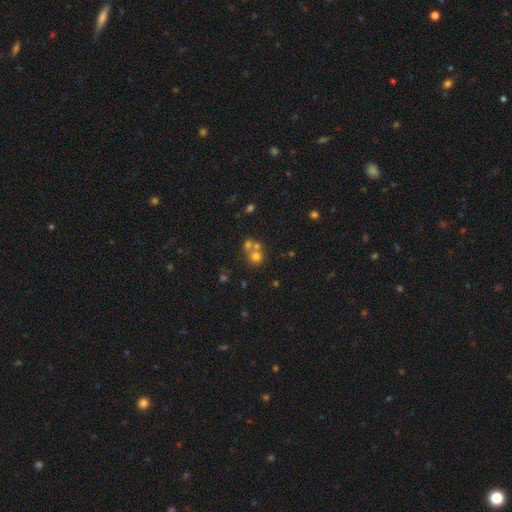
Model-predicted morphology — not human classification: Smooth or featured? Predicted: smooth (p=0.63). How rounded? Predicted: round (p=0.83). Merging? Predicted: merger (p=0.49).